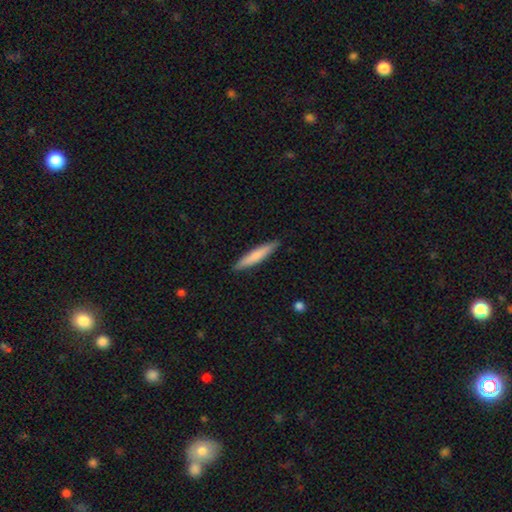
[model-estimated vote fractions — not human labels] Smooth or featured: smooth — 72% (featured or disk — 23%)
How rounded: cigar-shaped — 91% (in between — 8%)
Merging: none — 90% (minor disturbance — 8%)